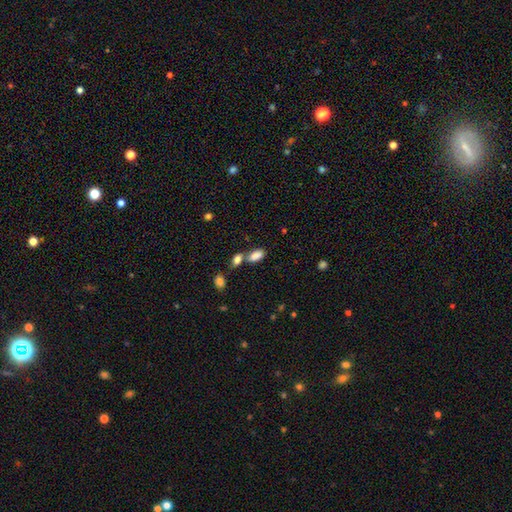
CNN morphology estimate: This is clearly a smooth galaxy (85%). How rounded: clearly in between (90%). Merging: possibly none (48%).